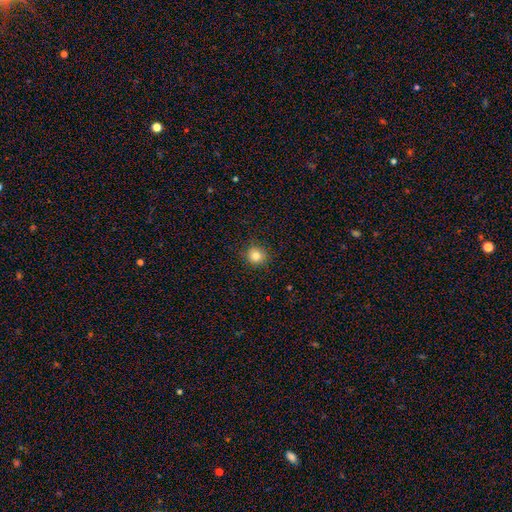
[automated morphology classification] This is clearly a smooth galaxy (83%). How rounded: clearly round (88%). Merging: clearly none (89%).